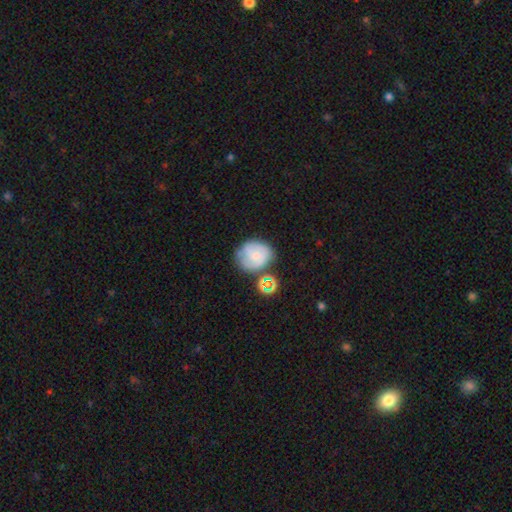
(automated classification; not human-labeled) Overall: smooth (47%; featured or disk 42%). Merging: none (56%; minor disturbance 23%).